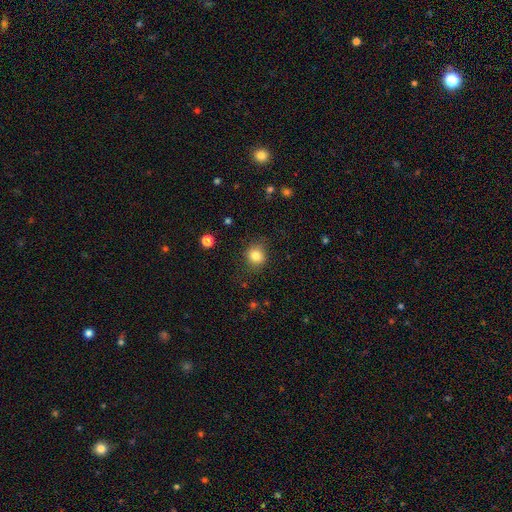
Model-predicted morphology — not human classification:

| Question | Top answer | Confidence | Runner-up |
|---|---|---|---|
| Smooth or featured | smooth | 82% | star or artifact (11%) |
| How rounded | round | 84% | in between (15%) |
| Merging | none | 81% | minor disturbance (13%) |